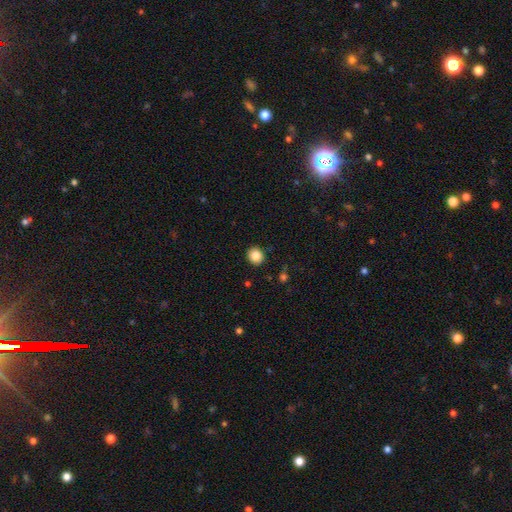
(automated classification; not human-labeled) Smooth or featured? Predicted: smooth (p=0.86). How rounded? Predicted: round (p=0.86). Merging? Predicted: none (p=0.91).